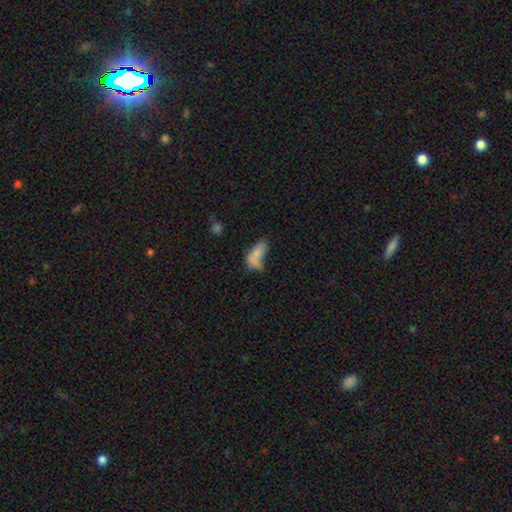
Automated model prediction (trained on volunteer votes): Morphology: type=smooth (73%); roundness=in between (82%); merging=merger (30%).